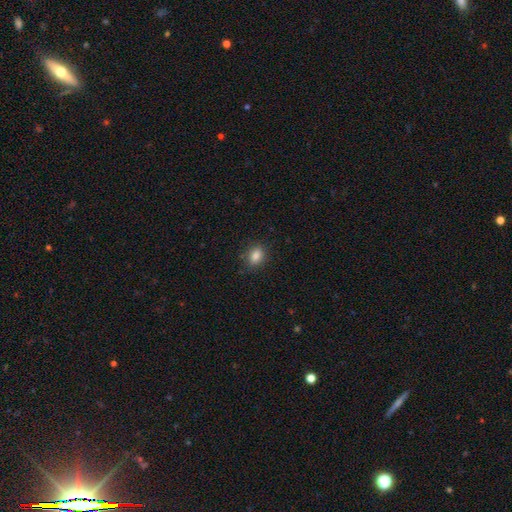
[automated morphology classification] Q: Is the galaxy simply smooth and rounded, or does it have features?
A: smooth — 86%.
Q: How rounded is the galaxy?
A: in between — 67%.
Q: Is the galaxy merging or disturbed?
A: none — 86%.